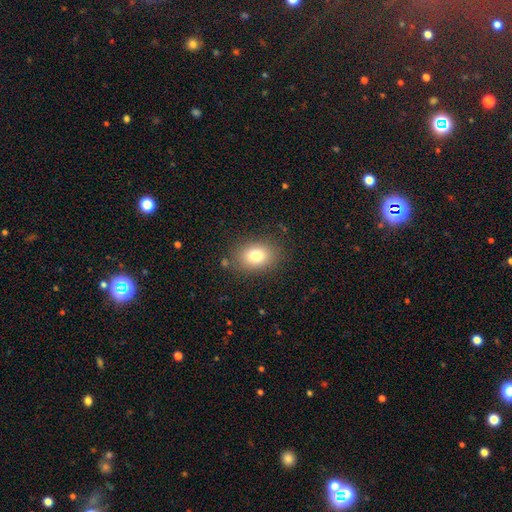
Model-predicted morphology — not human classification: smooth-or-featured: smooth: 81% | star or artifact: 10% | featured or disk: 9%
  how-rounded: in between: 69% | round: 30% | cigar-shaped: 1%
  merging: none: 83% | minor disturbance: 11% | major disturbance: 4% | merger: 2%